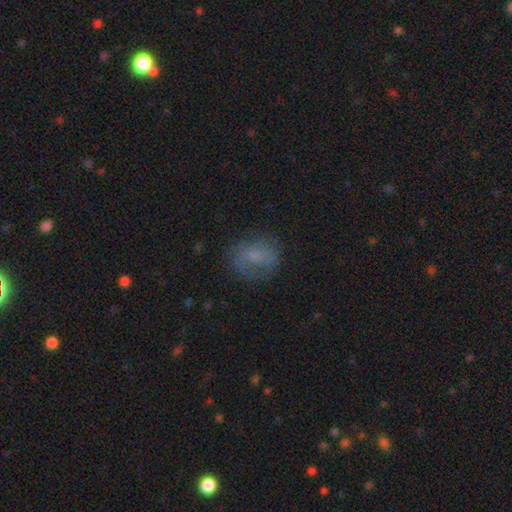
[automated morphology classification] A smooth galaxy with no disk features (57%) that is round (54%).

Vote fractions:
- Smooth or featured? smooth: 57% / featured or disk: 29% / star or artifact: 14%
- How rounded? round: 54% / in between: 45% / cigar-shaped: 1%
- Merging? none: 65% / minor disturbance: 21% / major disturbance: 13% / merger: 1%